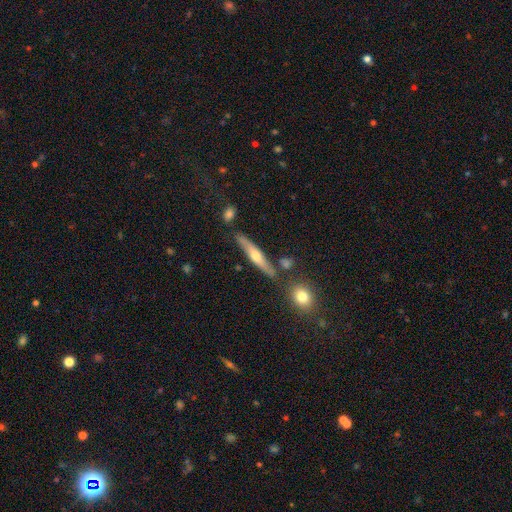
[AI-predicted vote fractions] Overall: featured or disk (61%; smooth 31%). Edge-on disk: yes (93%). Edge-on bulge: rounded (86%). Merging: none (78%).